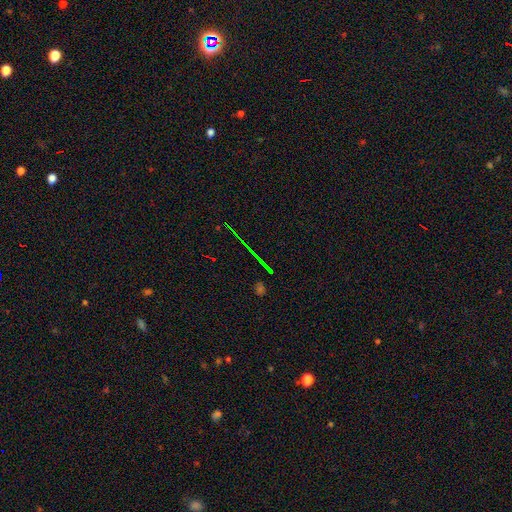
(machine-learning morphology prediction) type=star or artifact (71%).